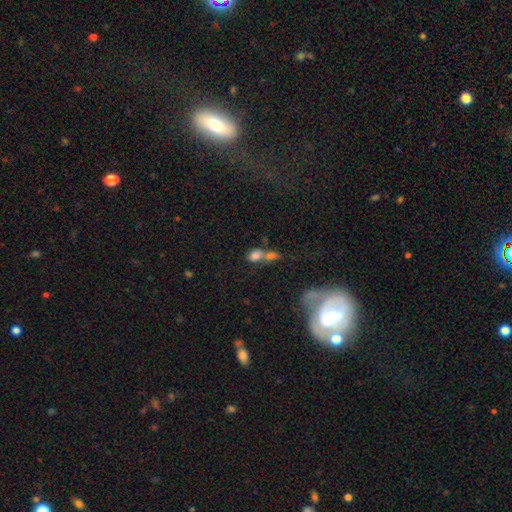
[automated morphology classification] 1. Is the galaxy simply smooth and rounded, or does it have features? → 74% smooth, 14% featured or disk, 12% star or artifact.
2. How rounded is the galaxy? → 59% in between, 38% round, 3% cigar-shaped.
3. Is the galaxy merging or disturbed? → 61% merger, 24% none, 9% minor disturbance, 7% major disturbance.